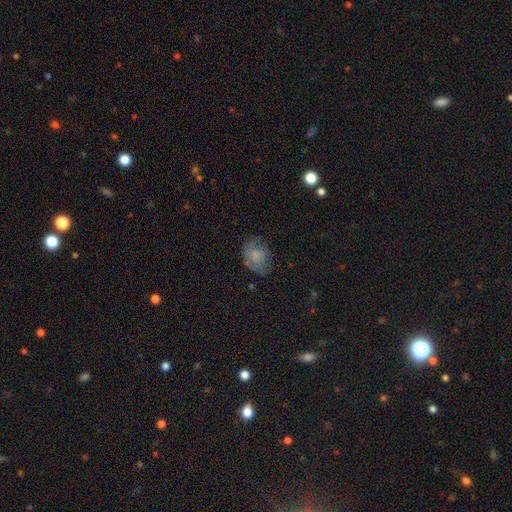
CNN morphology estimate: smooth-or-featured: smooth: 70% | featured or disk: 20% | star or artifact: 10%
  how-rounded: in between: 67% | round: 32% | cigar-shaped: 1%
  merging: none: 59% | minor disturbance: 27% | major disturbance: 12% | merger: 2%